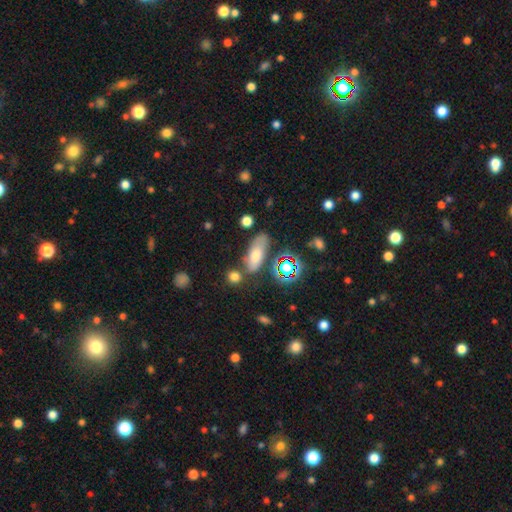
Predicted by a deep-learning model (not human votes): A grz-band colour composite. It shows a smooth galaxy with no disk features (61%) that is in between round and cigar-shaped (66%). Merging: none (64%).